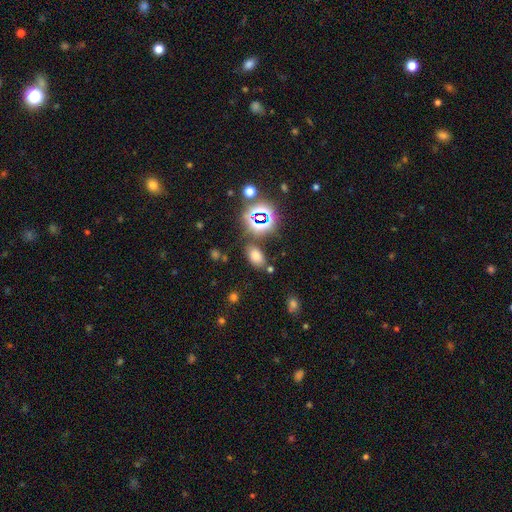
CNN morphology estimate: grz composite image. It shows a smooth galaxy with no disk features (67%) that is in between round and cigar-shaped (87%). Merging: none (76%).